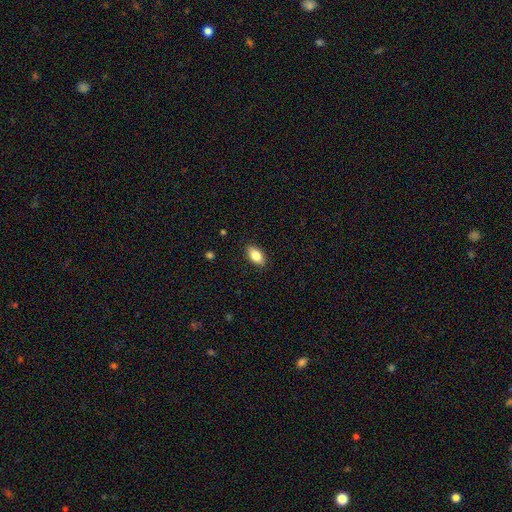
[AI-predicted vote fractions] The model was most divided on "smooth or featured": smooth: 82%, featured or disk: 11%, star or artifact: 7%. More confident: how rounded — in between (91%); merging — none (88%).